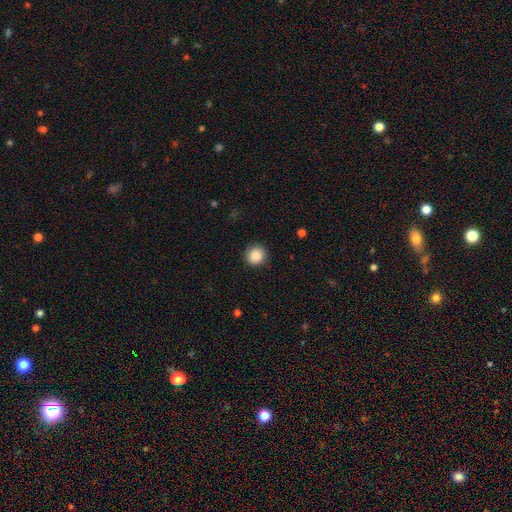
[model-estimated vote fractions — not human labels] smooth-or-featured: smooth: 88% | star or artifact: 9% | featured or disk: 3%
  how-rounded: round: 93% | in between: 6% | cigar-shaped: 1%
  merging: none: 89% | minor disturbance: 8% | major disturbance: 2% | merger: 1%